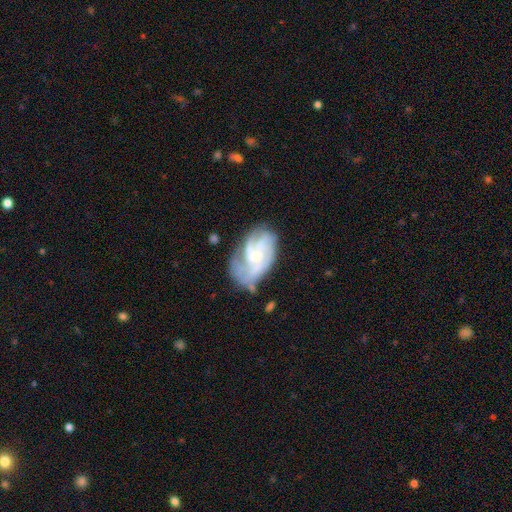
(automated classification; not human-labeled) A featured or disk galaxy (76%) with no bar (55%), tight (45%) spiral arms (88%) and a small central bulge (45%). Merging: none (47%).